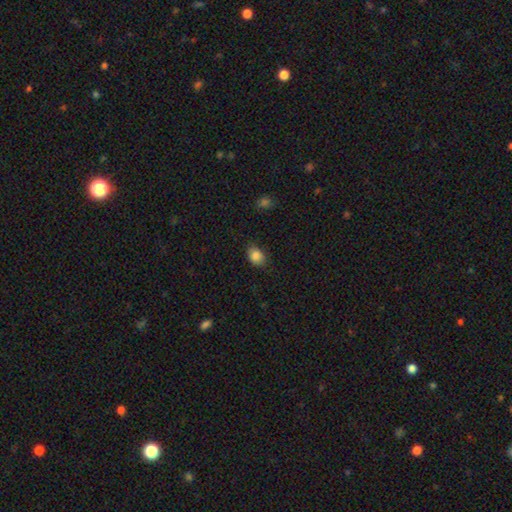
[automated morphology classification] This appears to be a smooth galaxy with no disk features (86%) that is in between round and cigar-shaped (70%). Merging: none (80%).